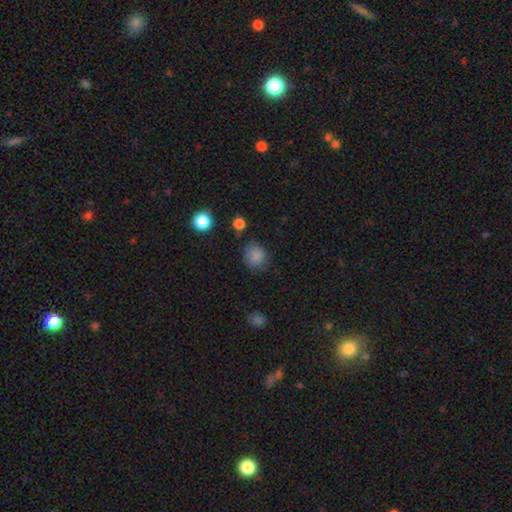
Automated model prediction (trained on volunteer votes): Smooth or featured? smooth (83%)
How rounded? round (80%)
Merging? none (76%)